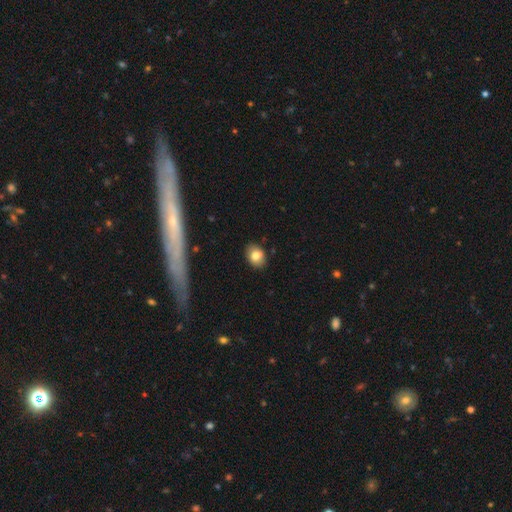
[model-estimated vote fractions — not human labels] Smooth or featured: smooth — 81% (featured or disk — 11%)
How rounded: in between — 62% (round — 37%)
Merging: none — 87% (minor disturbance — 10%)